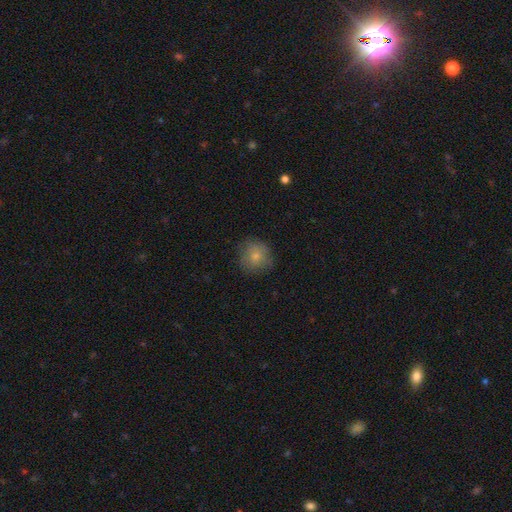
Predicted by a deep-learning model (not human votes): This appears to be a smooth galaxy with no disk features (80%) that is round (90%). Merging: none (80%).